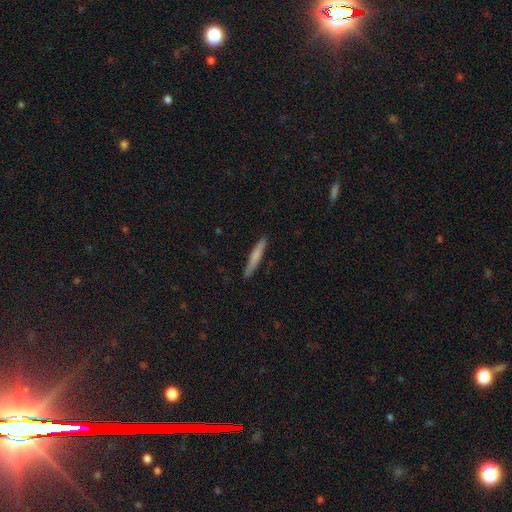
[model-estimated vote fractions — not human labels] Smooth or featured? smooth (67%)
How rounded? cigar-shaped (95%)
Merging? none (89%)